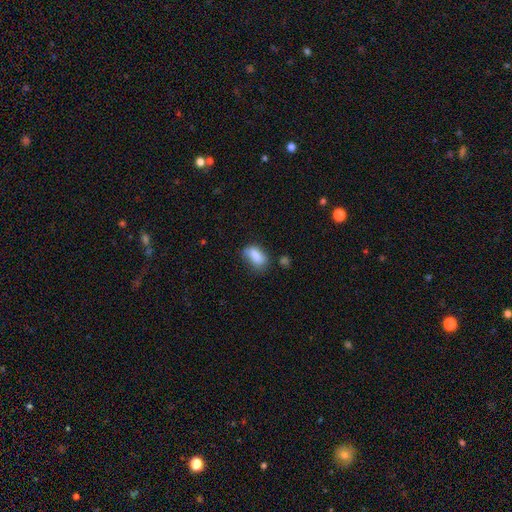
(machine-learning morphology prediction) Smooth or featured? Predicted: smooth (p=0.83). How rounded? Predicted: in between (p=0.88). Merging? Predicted: none (p=0.50).